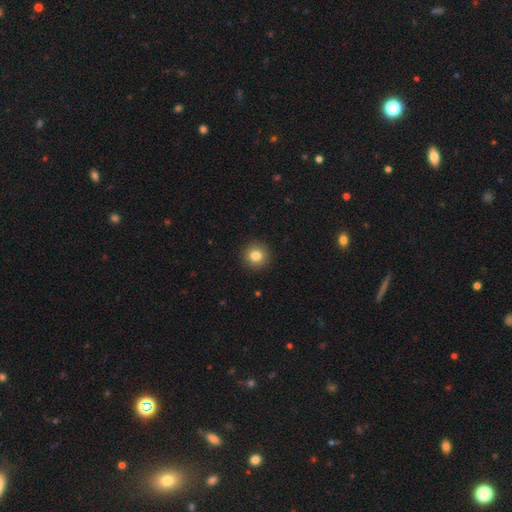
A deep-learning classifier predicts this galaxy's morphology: smooth_or_featured: smooth (p=0.83) [alt: star or artifact p=0.10]
how_rounded: round (p=0.95) [alt: in between p=0.04]
merging: none (p=0.93) [alt: minor disturbance p=0.05]